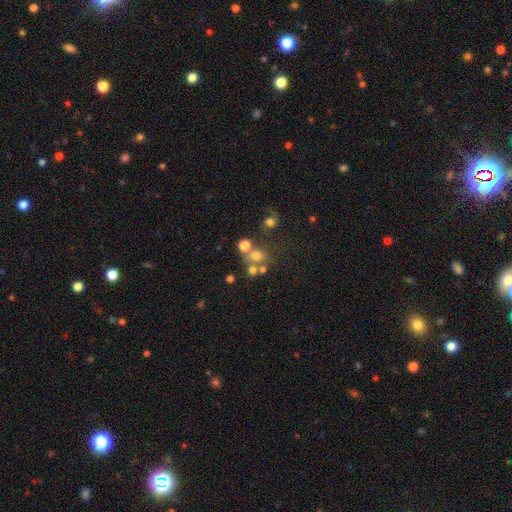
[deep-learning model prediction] smooth-or-featured: smooth: 64% | star or artifact: 20% | featured or disk: 17%
  how-rounded: round: 79% | in between: 20% | cigar-shaped: 1%
  merging: none: 50% | merger: 32% | minor disturbance: 10% | major disturbance: 8%